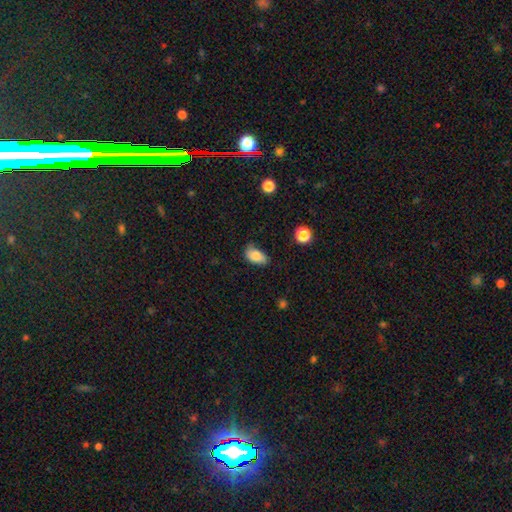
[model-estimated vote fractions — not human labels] Smooth or featured? Predicted: smooth (p=0.82). How rounded? Predicted: in between (p=0.91). Merging? Predicted: none (p=0.62).